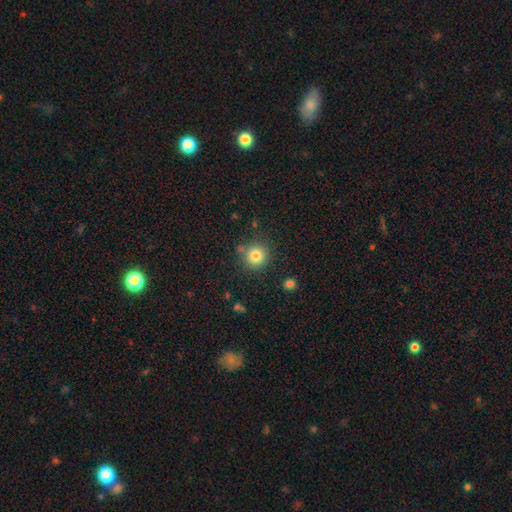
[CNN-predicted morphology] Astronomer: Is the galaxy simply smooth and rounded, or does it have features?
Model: smooth — 81%.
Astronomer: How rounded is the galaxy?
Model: round — 93%.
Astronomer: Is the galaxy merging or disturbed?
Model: none — 81%.